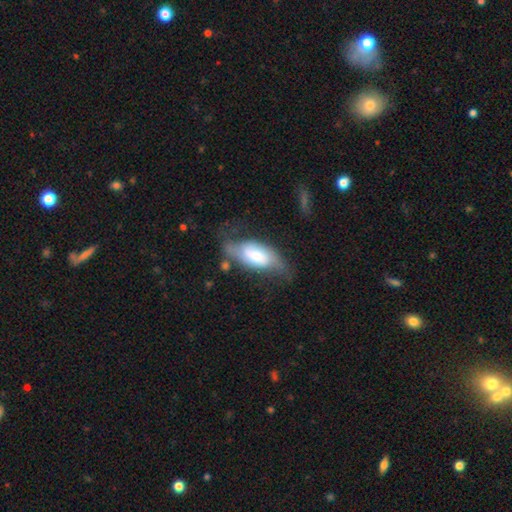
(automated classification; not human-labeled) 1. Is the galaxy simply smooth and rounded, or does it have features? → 54% featured or disk, 39% smooth, 7% star or artifact.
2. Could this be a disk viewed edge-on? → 85% no, 15% yes.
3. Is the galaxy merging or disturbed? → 47% none, 29% minor disturbance, 21% major disturbance, 4% merger.